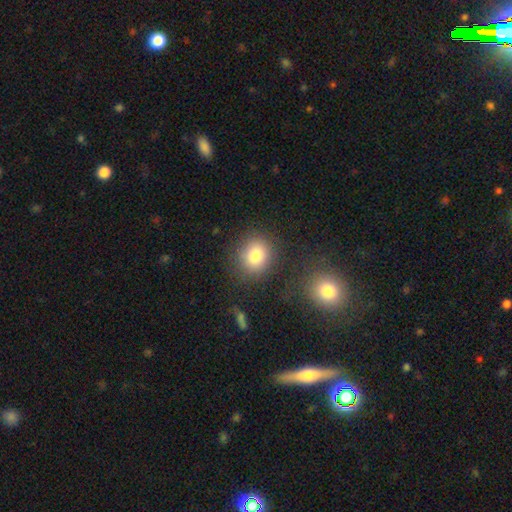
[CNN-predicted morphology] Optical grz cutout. It shows a smooth galaxy with no disk features (80%) that is round (80%). Merging: none (82%).